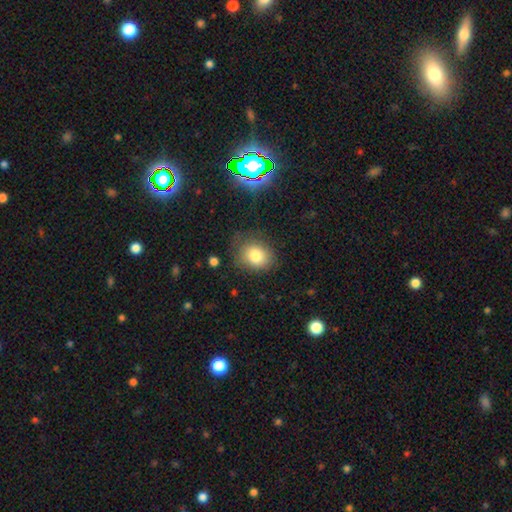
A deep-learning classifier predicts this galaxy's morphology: The model was most divided on "how rounded": round: 59%, in between: 40%, cigar-shaped: 1%. More confident: smooth or featured — smooth (80%); merging — none (73%).